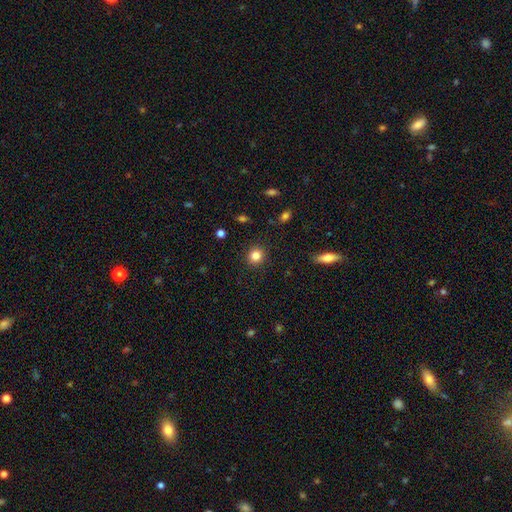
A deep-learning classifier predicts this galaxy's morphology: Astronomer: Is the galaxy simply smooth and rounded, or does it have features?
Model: smooth — 83%.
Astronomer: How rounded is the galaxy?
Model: round — 88%.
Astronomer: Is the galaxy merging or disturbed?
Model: none — 90%.